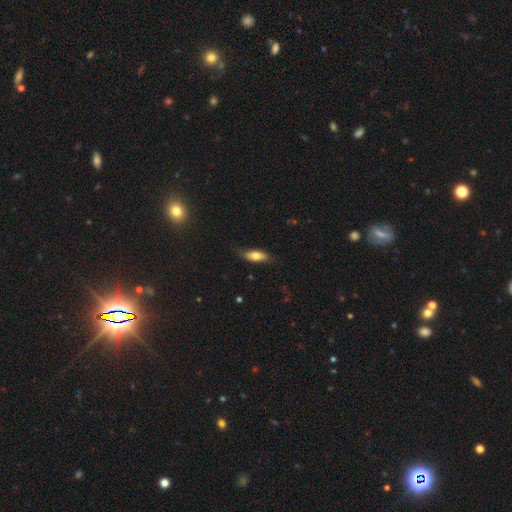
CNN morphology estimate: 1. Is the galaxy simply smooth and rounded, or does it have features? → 73% smooth, 20% featured or disk, 7% star or artifact.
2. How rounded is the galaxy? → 69% in between, 29% cigar-shaped, 3% round.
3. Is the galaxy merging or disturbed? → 74% none, 20% minor disturbance, 4% major disturbance, 1% merger.